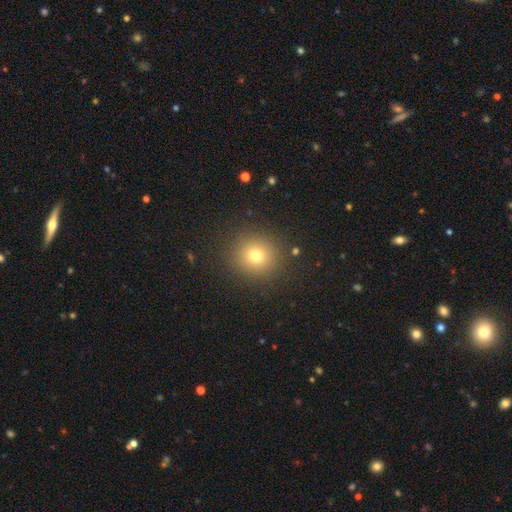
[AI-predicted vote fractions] Overall: smooth (74%). How rounded: round (90%). Merging: none (89%).